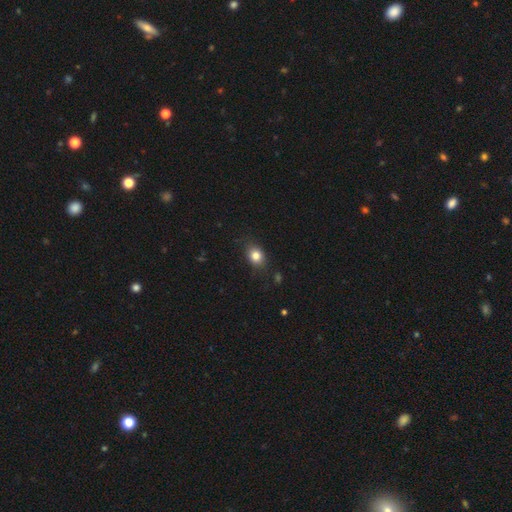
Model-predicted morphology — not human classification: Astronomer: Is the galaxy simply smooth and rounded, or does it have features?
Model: smooth — 82%.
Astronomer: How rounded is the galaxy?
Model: in between — 56% (runner-up: round, 43%).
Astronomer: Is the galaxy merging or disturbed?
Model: none — 81%.